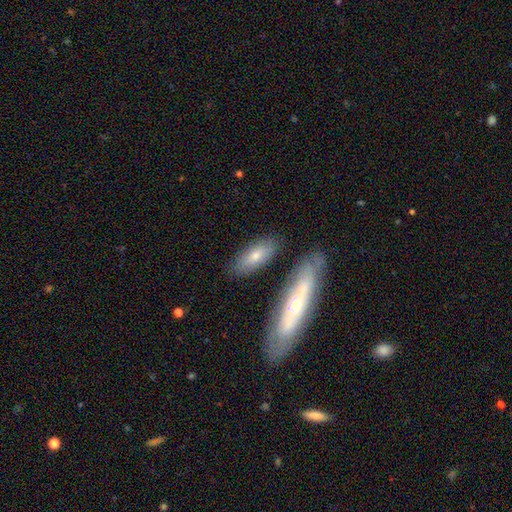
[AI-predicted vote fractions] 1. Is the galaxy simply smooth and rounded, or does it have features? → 70% smooth, 24% featured or disk, 7% star or artifact.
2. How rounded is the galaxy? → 69% in between, 29% cigar-shaped, 3% round.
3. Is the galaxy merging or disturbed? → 76% none, 13% minor disturbance, 7% merger, 4% major disturbance.